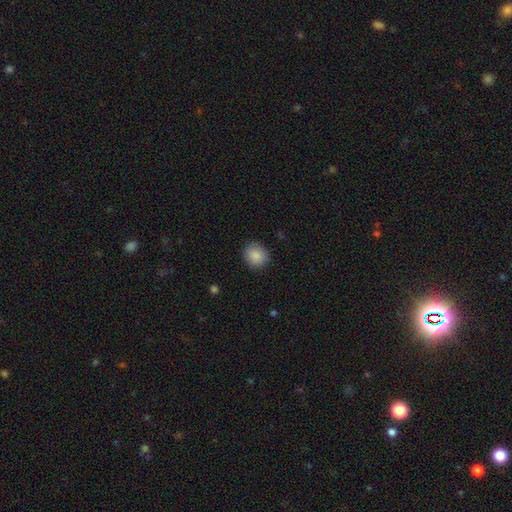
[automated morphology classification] This is clearly a smooth galaxy (88%). How rounded: likely round (79%). Merging: clearly none (87%).